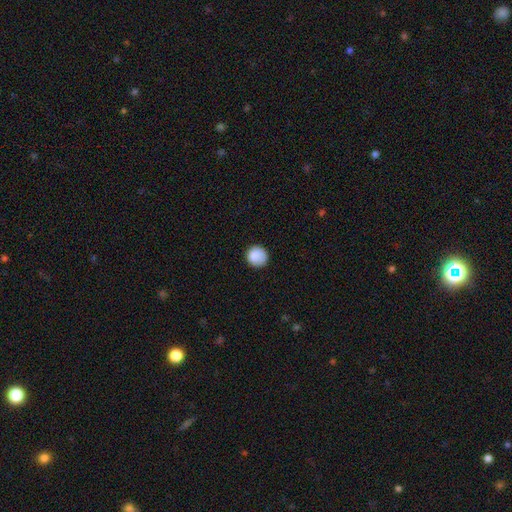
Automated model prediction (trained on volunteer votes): This appears to be a smooth galaxy with no disk features (86%) that is round (92%). Merging: none (81%).